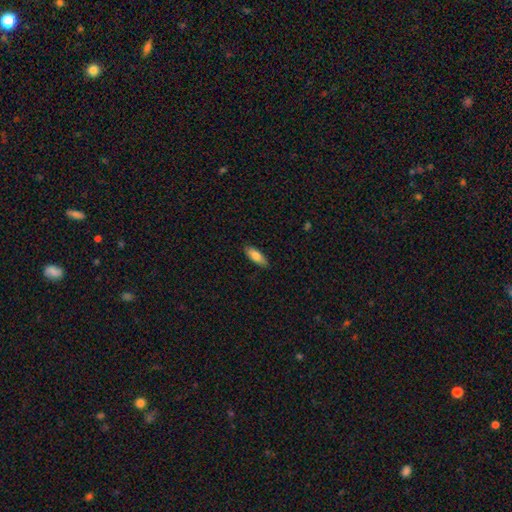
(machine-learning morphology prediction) A smooth galaxy with no disk features (80%) that is in between round and cigar-shaped (72%). Merging: none (86%).